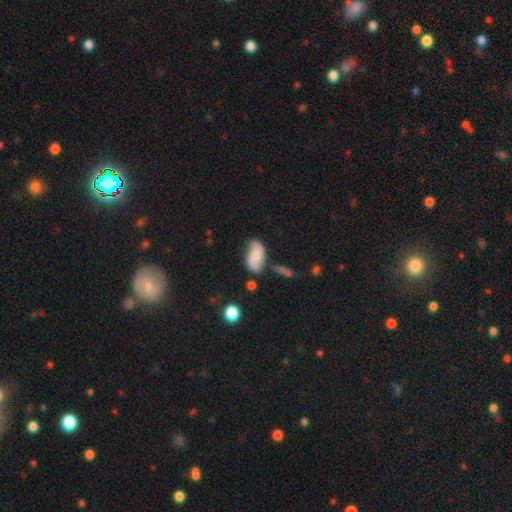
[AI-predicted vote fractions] Overall: featured or disk (51%; smooth 42%). Edge-on disk: no (94%). Merging: none (62%; minor disturbance 23%).